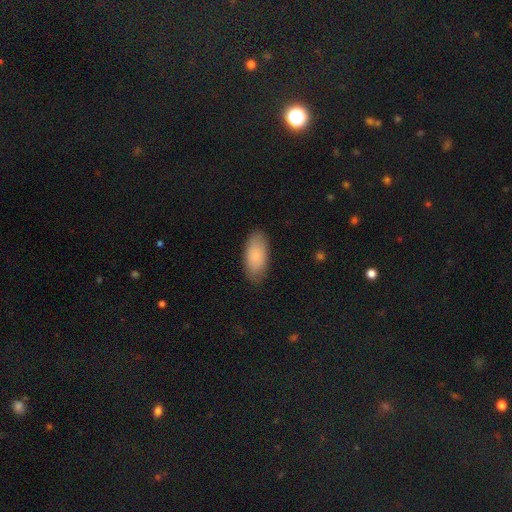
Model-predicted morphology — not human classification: smooth 85%, featured or disk 9%, star or artifact 6%. Down the decision tree: how rounded — in between (90%); merging — none (83%).